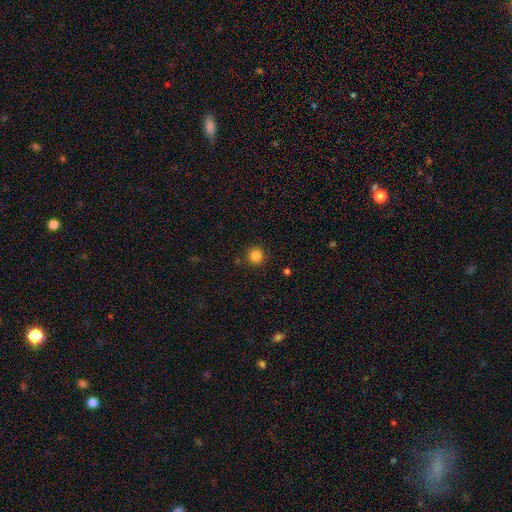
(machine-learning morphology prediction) The model was most divided on "smooth or featured": smooth: 84%, star or artifact: 12%, featured or disk: 4%. More confident: how rounded — round (95%); merging — none (88%).